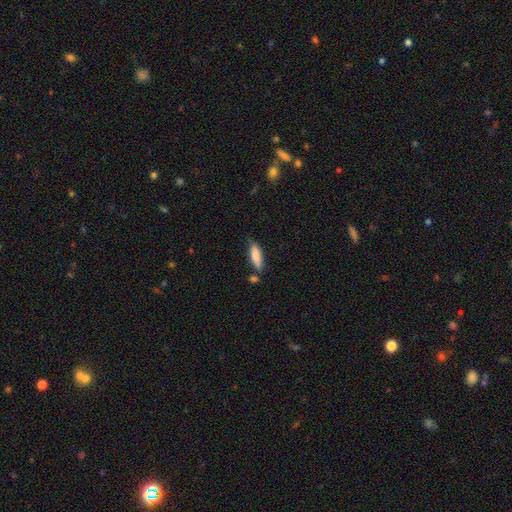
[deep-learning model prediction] This appears to be a smooth galaxy with no disk features (83%) that is cigar-shaped (54%). Merging: none (62%).